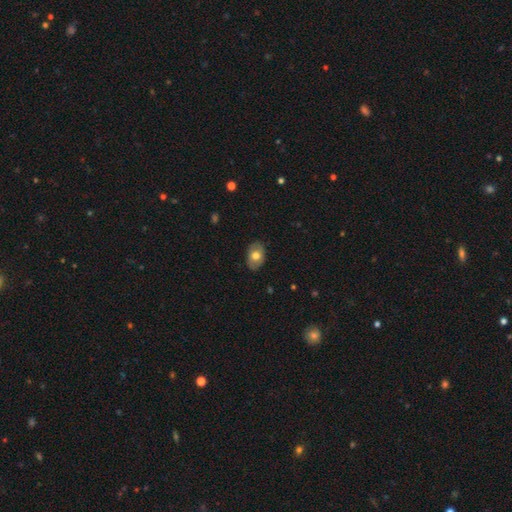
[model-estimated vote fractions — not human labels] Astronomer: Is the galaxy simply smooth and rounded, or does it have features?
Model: smooth — 66%.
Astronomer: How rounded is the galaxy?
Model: in between — 84%.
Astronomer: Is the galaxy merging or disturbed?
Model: none — 84%.